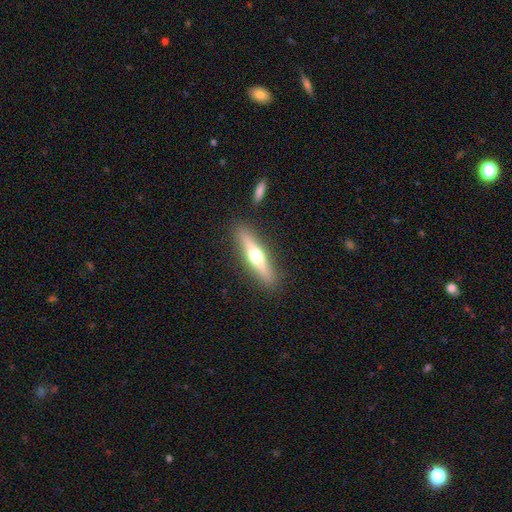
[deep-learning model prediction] This appears to be a featured or disk galaxy (52%) viewed edge-on (91%). Merging: none (88%).